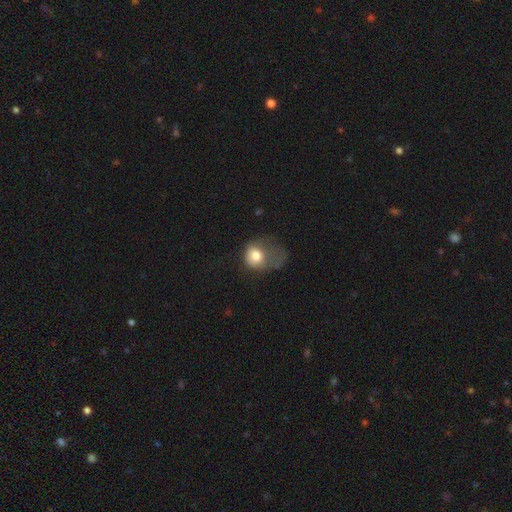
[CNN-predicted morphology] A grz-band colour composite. It shows a smooth galaxy with no disk features (72%) that is round (55%). Merging: major disturbance (60%).